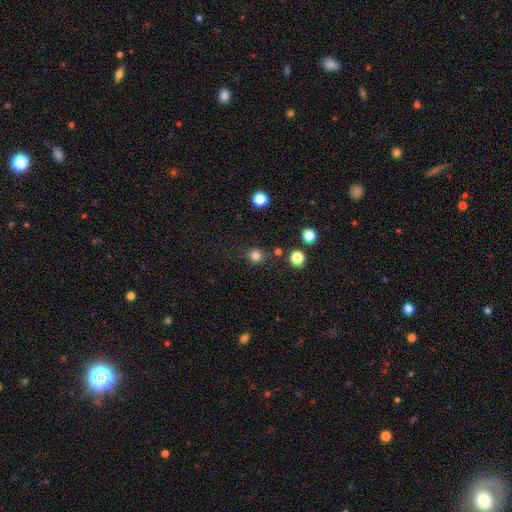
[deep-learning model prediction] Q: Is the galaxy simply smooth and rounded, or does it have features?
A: smooth — 81%.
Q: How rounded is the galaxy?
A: round — 92%.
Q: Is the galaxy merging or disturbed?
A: none — 82%.